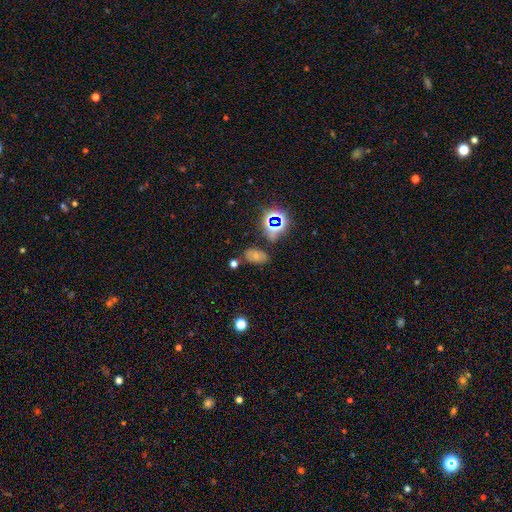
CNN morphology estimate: Q: Smooth or featured?
A: smooth (57%); runner-up: star or artifact (28%)
Q: How rounded?
A: in between (88%); runner-up: round (10%)
Q: Merging?
A: none (69%); runner-up: minor disturbance (18%)